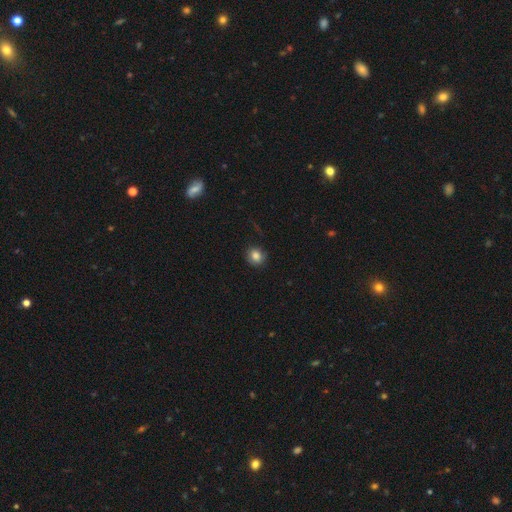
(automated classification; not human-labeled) This appears to be a smooth galaxy with no disk features (84%) that is round (78%). Merging: none (81%).